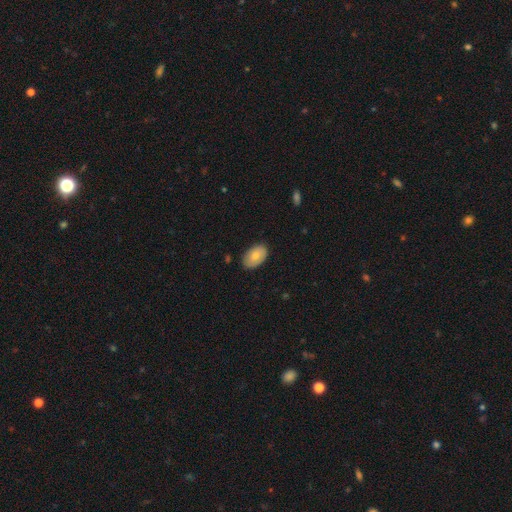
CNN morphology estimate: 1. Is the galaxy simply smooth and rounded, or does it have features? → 77% smooth, 16% featured or disk, 6% star or artifact.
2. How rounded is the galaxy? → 92% in between, 7% round, 1% cigar-shaped.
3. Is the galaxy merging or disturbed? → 84% none, 13% minor disturbance, 2% major disturbance, 1% merger.